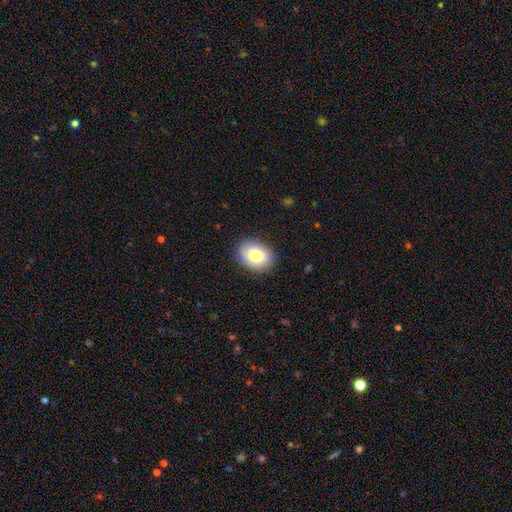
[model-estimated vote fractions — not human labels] Smooth or featured: smooth — 85% (featured or disk — 8%)
How rounded: in between — 76% (round — 23%)
Merging: none — 85% (minor disturbance — 11%)